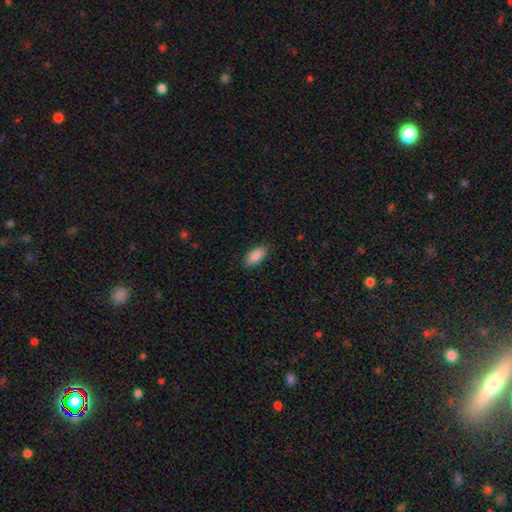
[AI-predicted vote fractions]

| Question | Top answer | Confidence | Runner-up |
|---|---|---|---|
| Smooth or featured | smooth | 89% | star or artifact (7%) |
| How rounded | in between | 87% | cigar-shaped (11%) |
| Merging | none | 86% | minor disturbance (10%) |